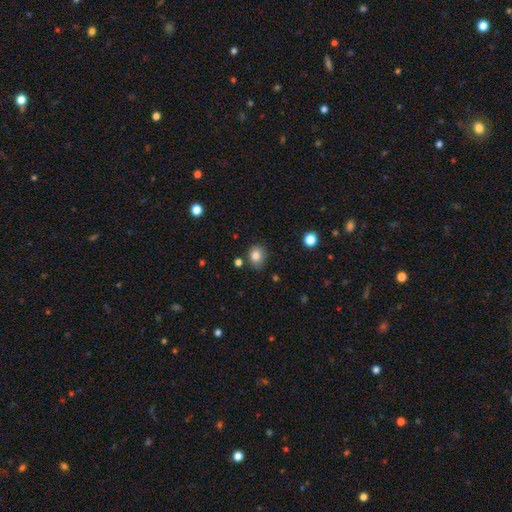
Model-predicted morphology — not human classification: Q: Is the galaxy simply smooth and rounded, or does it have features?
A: smooth — 82%.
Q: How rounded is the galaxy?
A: round — 59%.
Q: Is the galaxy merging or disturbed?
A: none — 81%.